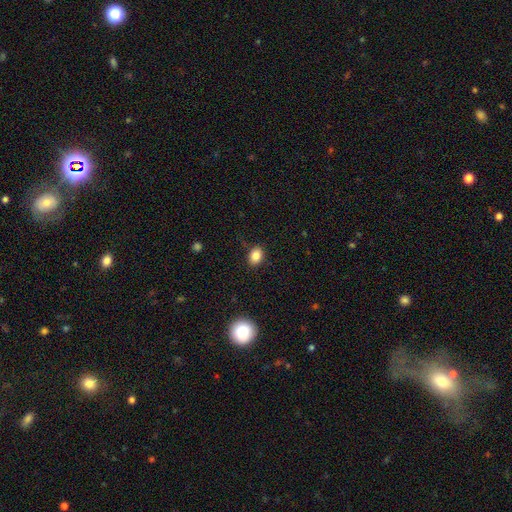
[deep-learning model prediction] A smooth galaxy with no disk features (85%) that is in between round and cigar-shaped (63%). Merging: none (85%).